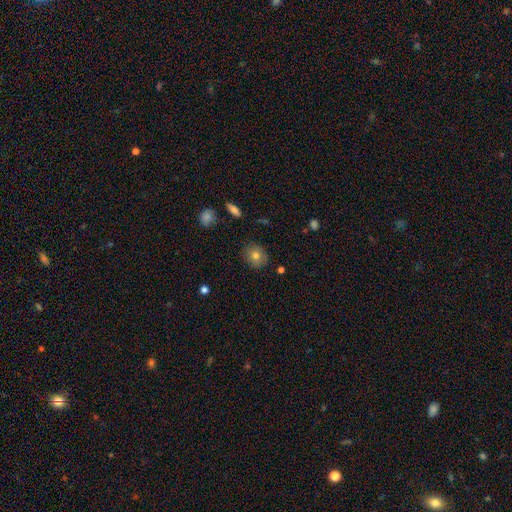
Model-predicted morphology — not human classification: smooth-or-featured: smooth: 75% | featured or disk: 14% | star or artifact: 11%
  how-rounded: round: 76% | in between: 23% | cigar-shaped: 1%
  merging: none: 86% | minor disturbance: 11% | major disturbance: 2% | merger: 1%